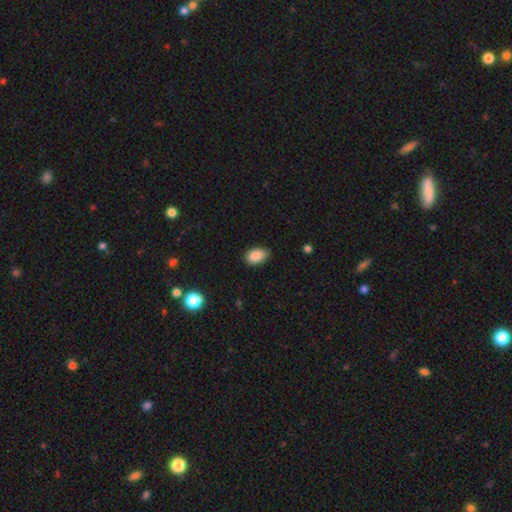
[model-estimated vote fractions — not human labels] Smooth or featured: smooth — 87% (star or artifact — 8%)
How rounded: in between — 90% (round — 9%)
Merging: none — 80% (minor disturbance — 16%)